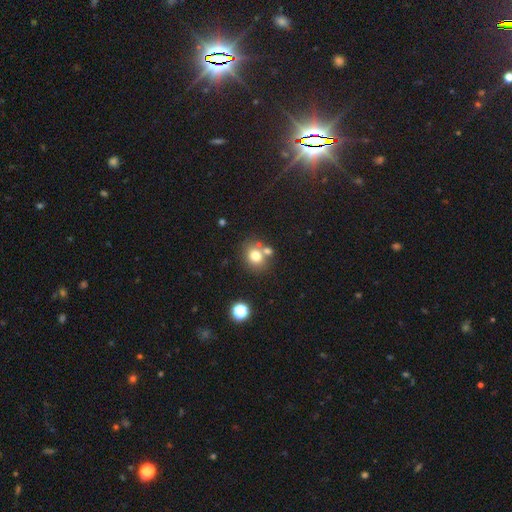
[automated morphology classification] A smooth galaxy with no disk features (75%) that is round (69%). Merging: none (63%).